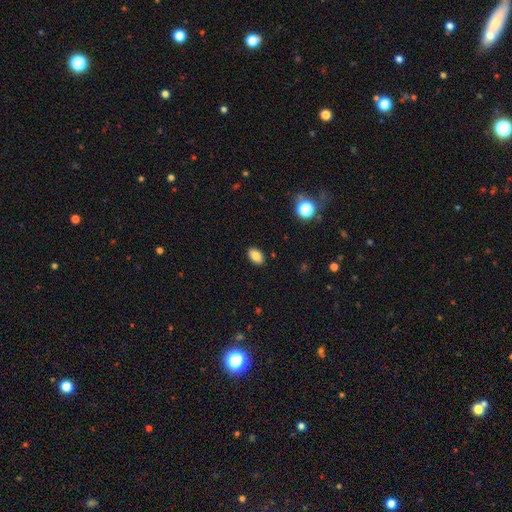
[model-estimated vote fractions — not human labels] Morphology: type=smooth (85%); roundness=in between (91%); merging=none (89%).